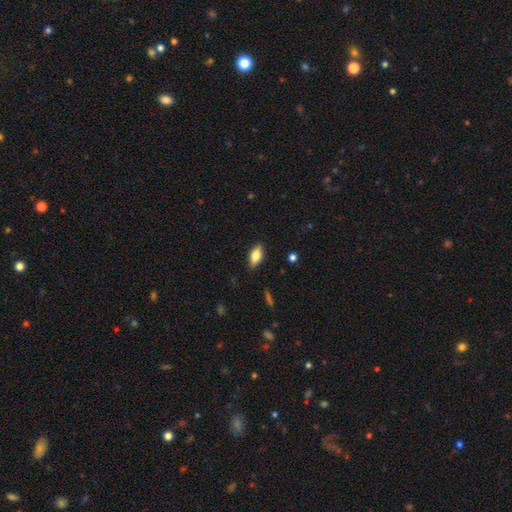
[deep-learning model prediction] Q: Smooth or featured?
A: smooth (73%); runner-up: featured or disk (20%)
Q: How rounded?
A: in between (84%); runner-up: cigar-shaped (13%)
Q: Merging?
A: none (86%); runner-up: minor disturbance (11%)